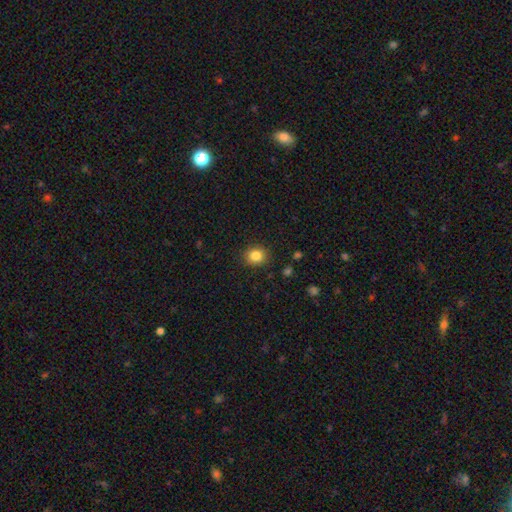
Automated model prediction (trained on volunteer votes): Q: Smooth or featured?
A: smooth (84%); runner-up: star or artifact (11%)
Q: How rounded?
A: round (76%); runner-up: in between (23%)
Q: Merging?
A: none (88%); runner-up: minor disturbance (8%)